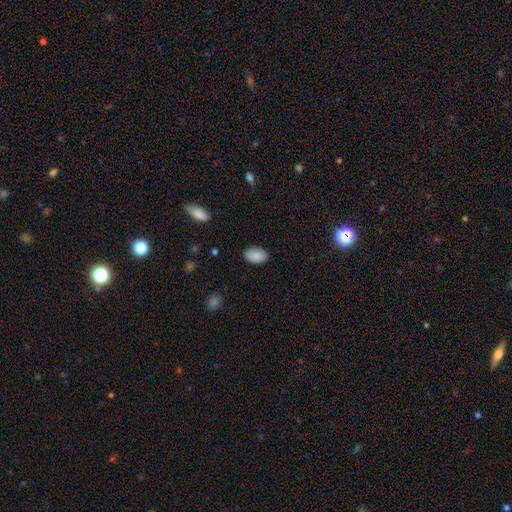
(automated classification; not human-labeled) The model was most divided on "merging": none: 85%, minor disturbance: 12%, major disturbance: 2%, merger: 1%. More confident: how rounded — in between (92%); smooth or featured — smooth (88%).